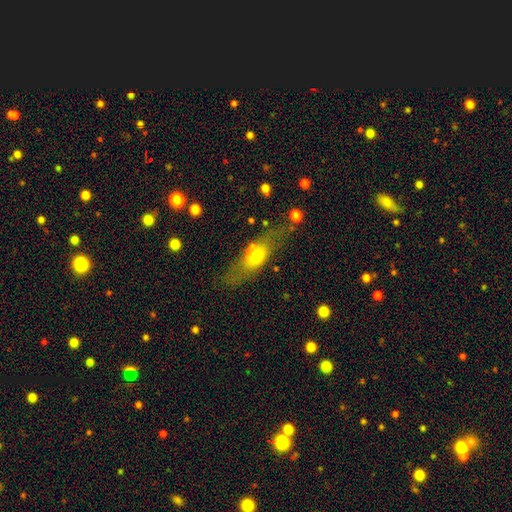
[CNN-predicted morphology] The model was most divided on "smooth or featured": smooth: 54%, featured or disk: 36%, star or artifact: 10%. More confident: how rounded — in between (64%); merging — none (52%).